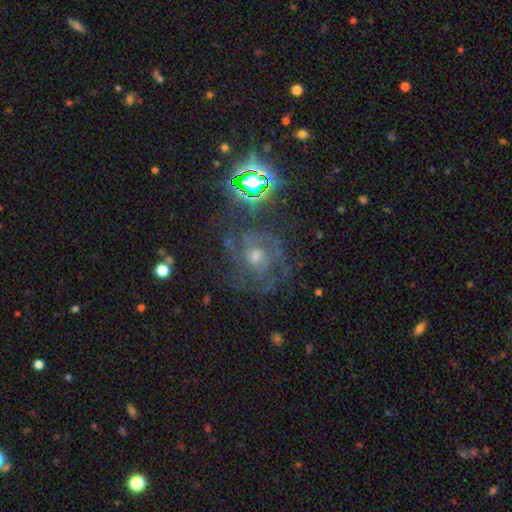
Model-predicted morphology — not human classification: Overall: featured or disk (72%). Edge-on disk: no (97%). Bar: no (66%; weak 27%). Spiral arms: yes (93%). Spiral arm count: can't tell (32%; 3 24%). Spiral winding: tight (56%; medium 36%). Bulge size: moderate (54%; small 36%). Merging: none (71%).